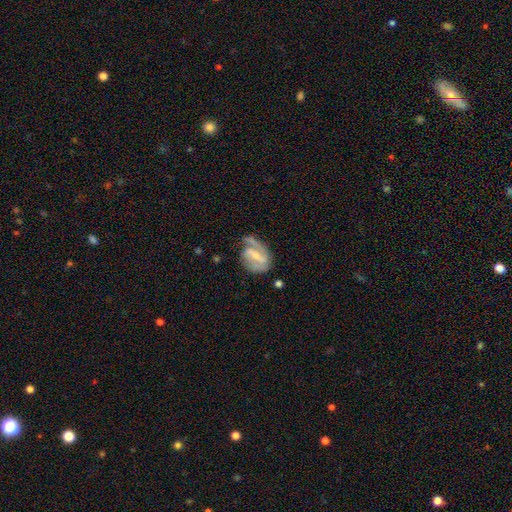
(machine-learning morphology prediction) Smooth or featured: featured or disk — 79% (smooth — 15%)
Edge-on disk: no — 97% (yes — 3%)
Bar: strong — 46% (weak — 41%)
Spiral arms: yes — 88% (no — 12%)
Spiral winding: medium — 44% (tight — 30%)
Spiral arm count: 2 — 62% (1 — 25%)
Bulge size: small — 53% (moderate — 31%)
Merging: none — 51% (minor disturbance — 27%)